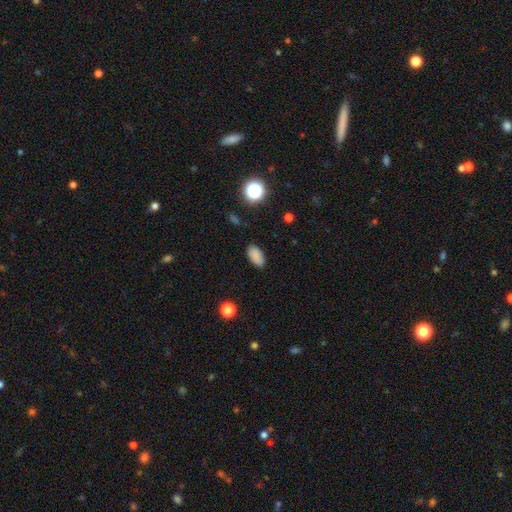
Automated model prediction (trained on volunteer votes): Smooth or featured?
  - smooth: 85% *
  - star or artifact: 11%
  - featured or disk: 4%
How rounded?
  - in between: 93% *
  - round: 5%
  - cigar-shaped: 3%
Merging?
  - none: 87% *
  - minor disturbance: 9%
  - major disturbance: 2%
  - merger: 1%